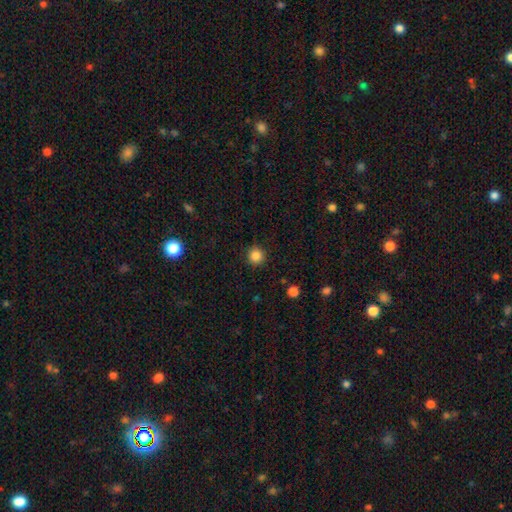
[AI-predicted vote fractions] smooth_or_featured: smooth (p=0.86) [alt: star or artifact p=0.11]
how_rounded: round (p=0.94) [alt: in between p=0.05]
merging: none (p=0.90) [alt: minor disturbance p=0.06]